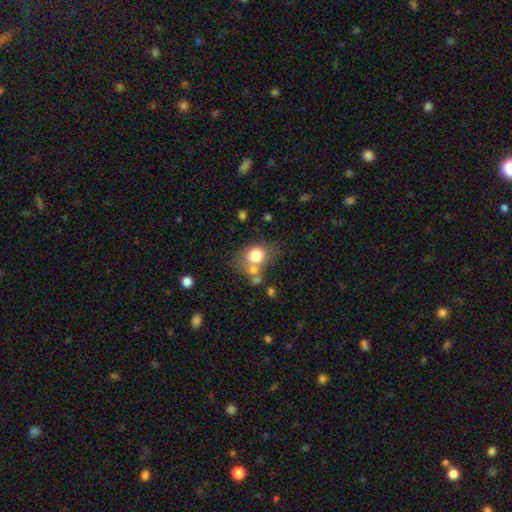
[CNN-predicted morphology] A smooth galaxy with no disk features (75%) that is round (60%).

Vote fractions:
- Smooth or featured? smooth: 75% / featured or disk: 15% / star or artifact: 10%
- How rounded? round: 60% / in between: 39% / cigar-shaped: 1%
- Merging? none: 48% / merger: 27% / minor disturbance: 16% / major disturbance: 9%